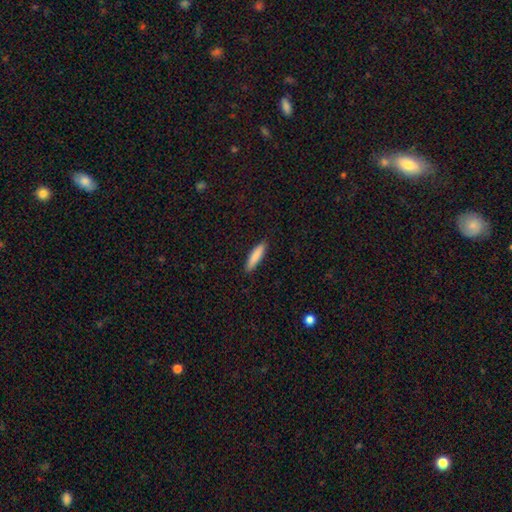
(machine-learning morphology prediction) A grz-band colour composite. It shows a smooth galaxy with no disk features (86%) that is cigar-shaped (81%). Merging: none (89%).